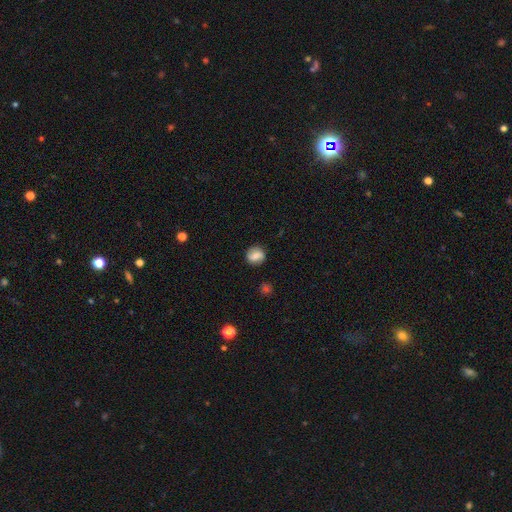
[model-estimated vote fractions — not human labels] smooth-or-featured: smooth: 62% | featured or disk: 29% | star or artifact: 9%
  how-rounded: round: 75% | in between: 23% | cigar-shaped: 2%
  merging: none: 82% | minor disturbance: 12% | major disturbance: 4% | merger: 2%